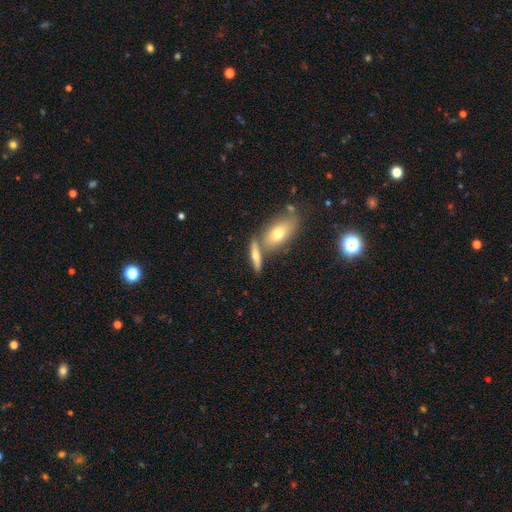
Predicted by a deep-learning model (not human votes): A smooth galaxy with no disk features (56%) that is cigar-shaped (54%).

Vote fractions:
- Smooth or featured? smooth: 56% / featured or disk: 37% / star or artifact: 7%
- How rounded? cigar-shaped: 54% / in between: 42% / round: 5%
- Merging? none: 55% / merger: 31% / minor disturbance: 11% / major disturbance: 4%